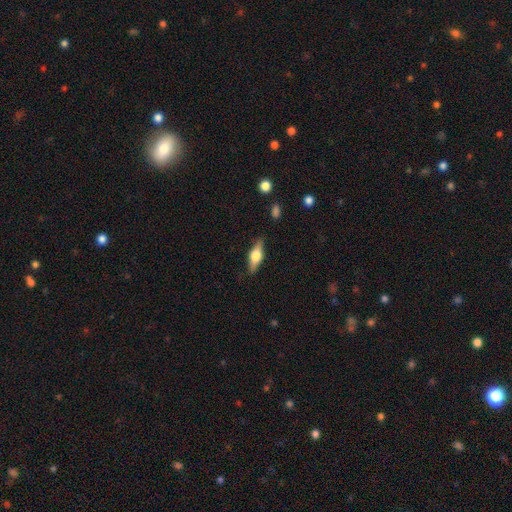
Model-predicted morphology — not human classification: Smooth or featured?
  - featured or disk: 55% *
  - smooth: 38%
  - star or artifact: 6%
Edge-on disk?
  - yes: 94% *
  - no: 6%
Edge-on bulge?
  - rounded: 92% *
  - boxy: 6%
  - none: 1%
Merging?
  - none: 86% *
  - minor disturbance: 10%
  - major disturbance: 2%
  - merger: 1%